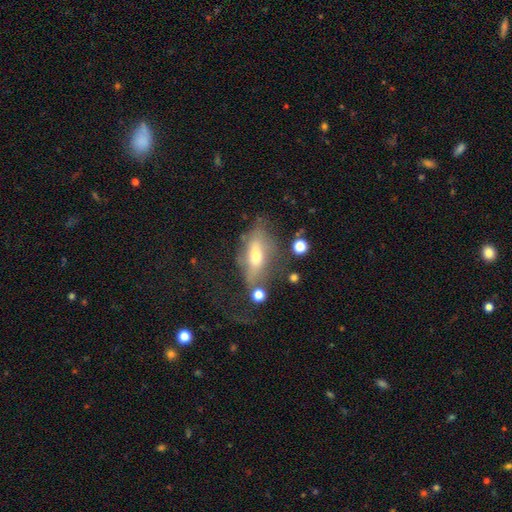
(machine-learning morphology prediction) Smooth or featured? Predicted: featured or disk (p=0.48). Merging? Predicted: none (p=0.40).